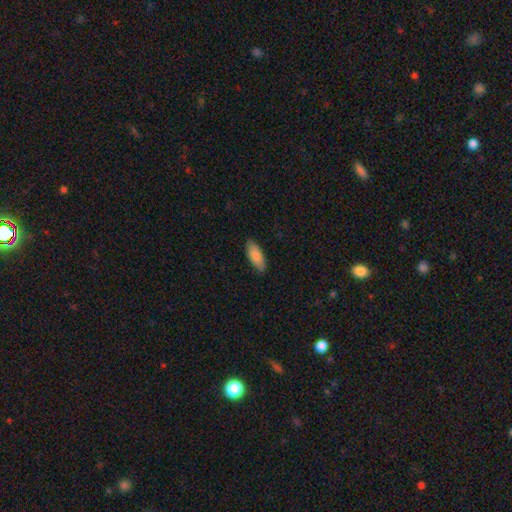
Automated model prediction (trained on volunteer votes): Q: Smooth or featured?
A: smooth (87%); runner-up: featured or disk (7%)
Q: How rounded?
A: in between (78%); runner-up: cigar-shaped (21%)
Q: Merging?
A: none (86%); runner-up: minor disturbance (11%)